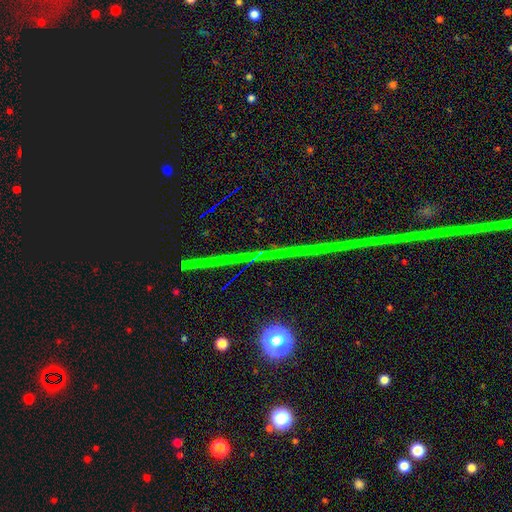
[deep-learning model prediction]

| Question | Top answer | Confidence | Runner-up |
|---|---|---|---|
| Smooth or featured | star or artifact | 80% | featured or disk (13%) |